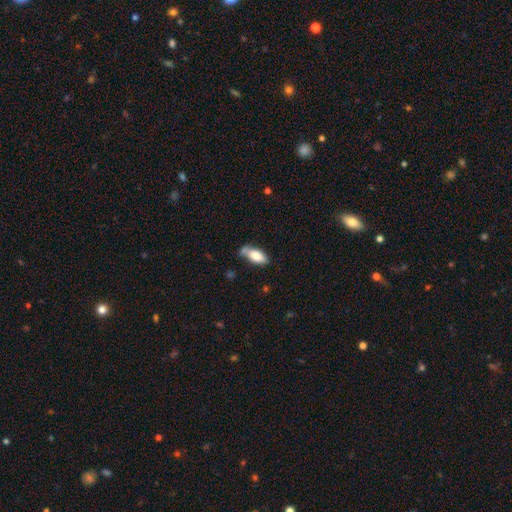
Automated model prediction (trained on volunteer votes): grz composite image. It shows a smooth galaxy with no disk features (79%) that is in between round and cigar-shaped (87%). Merging: none (53%).